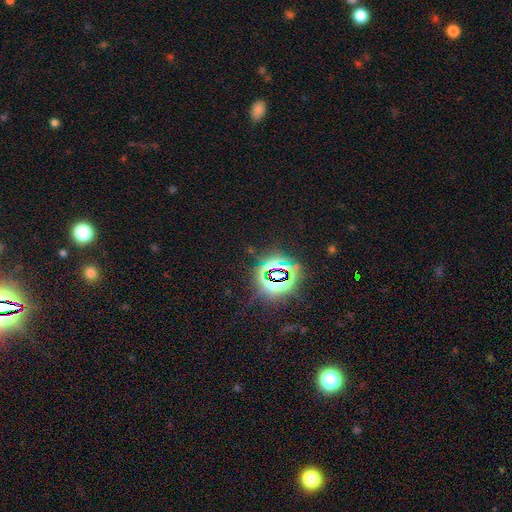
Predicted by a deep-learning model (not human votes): Morphology: type=star or artifact (81%).